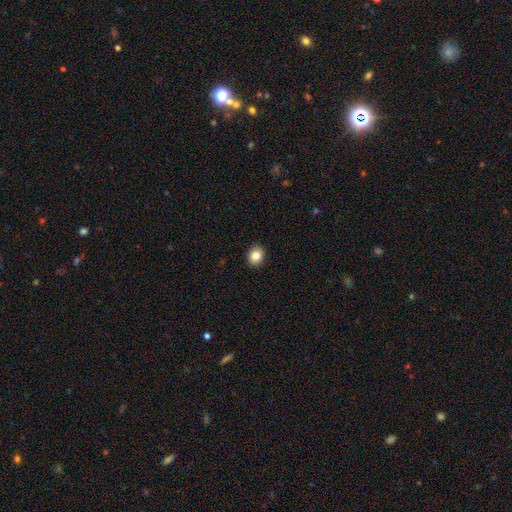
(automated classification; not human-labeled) This is clearly a smooth galaxy (84%). How rounded: likely round (61%). Merging: clearly none (90%).